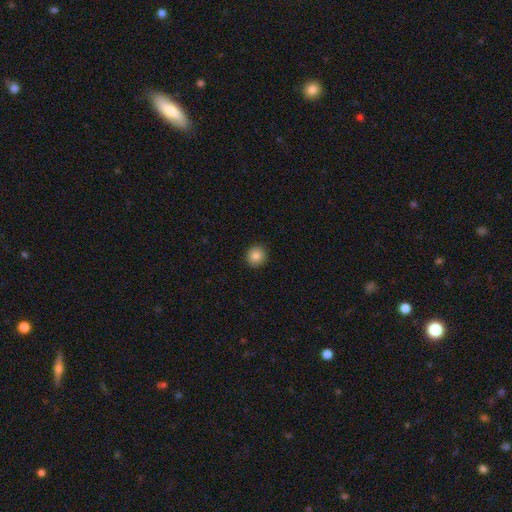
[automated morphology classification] smooth 84%, star or artifact 10%, featured or disk 6%. Down the decision tree: how rounded — round (90%); merging — none (92%).